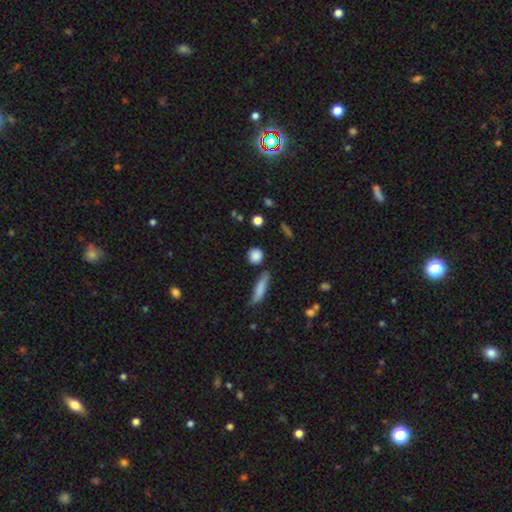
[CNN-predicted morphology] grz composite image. It shows a smooth galaxy with no disk features (85%) that is round (81%). Merging: none (80%).